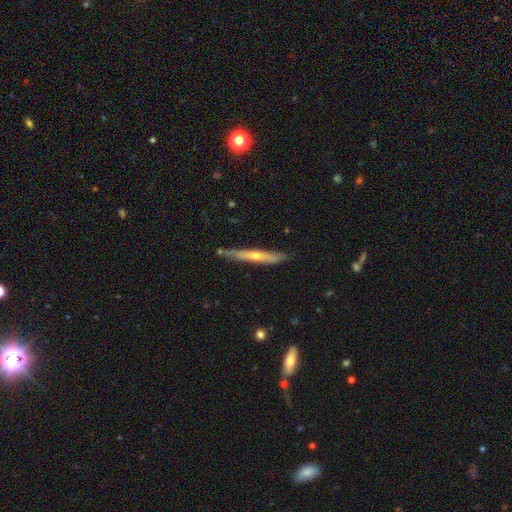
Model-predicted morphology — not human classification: type=featured or disk (57%); edge-on=yes (94%); edge-on bulge=rounded (64%); merging=none (81%).